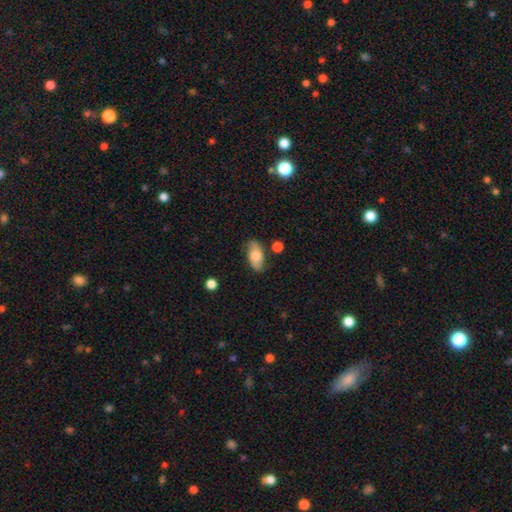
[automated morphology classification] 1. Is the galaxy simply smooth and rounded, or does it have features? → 65% smooth, 27% featured or disk, 7% star or artifact.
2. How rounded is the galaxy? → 90% in between, 5% cigar-shaped, 5% round.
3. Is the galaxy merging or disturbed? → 74% none, 18% minor disturbance, 4% major disturbance, 4% merger.